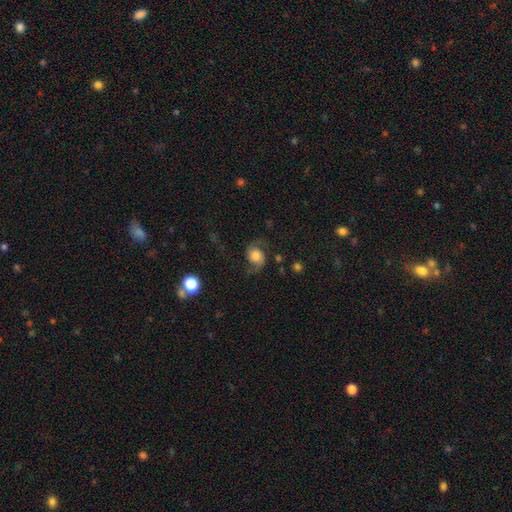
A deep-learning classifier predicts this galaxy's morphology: This appears to be a featured or disk galaxy (65%) with no bar (72%), 2 (92%) loose (53%) spiral arms (94%) and a moderate central bulge (40%). Merging: none (71%).